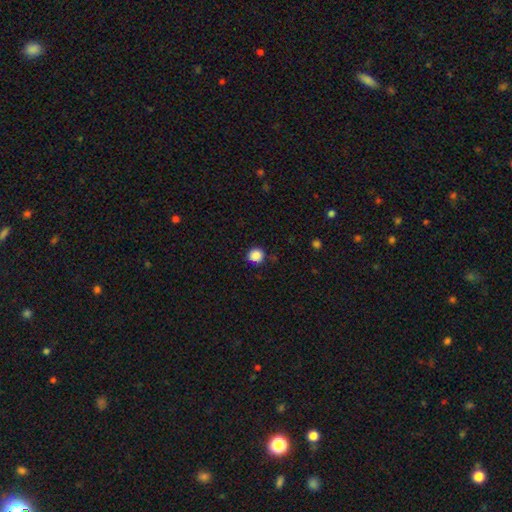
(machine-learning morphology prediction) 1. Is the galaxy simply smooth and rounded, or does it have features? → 87% smooth, 10% star or artifact, 3% featured or disk.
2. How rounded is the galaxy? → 91% round, 8% in between, 1% cigar-shaped.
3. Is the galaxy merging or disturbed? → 84% none, 11% minor disturbance, 3% major disturbance, 2% merger.